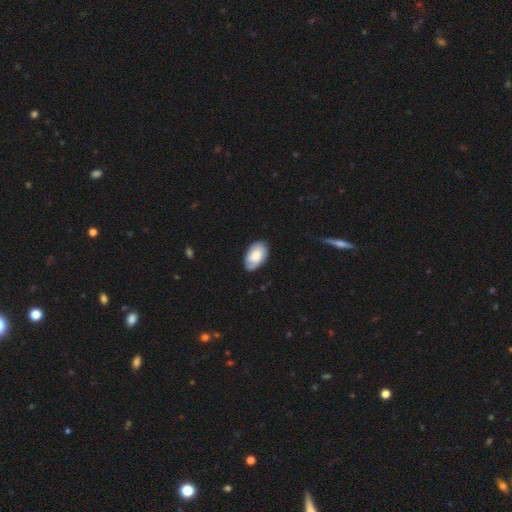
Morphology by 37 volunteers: smooth_or_featured: smooth (p=0.84) [alt: featured or disk p=0.11]
how_rounded: in between (p=0.90) [alt: round p=0.10]
merging: none (p=0.66) [alt: minor disturbance p=0.31]